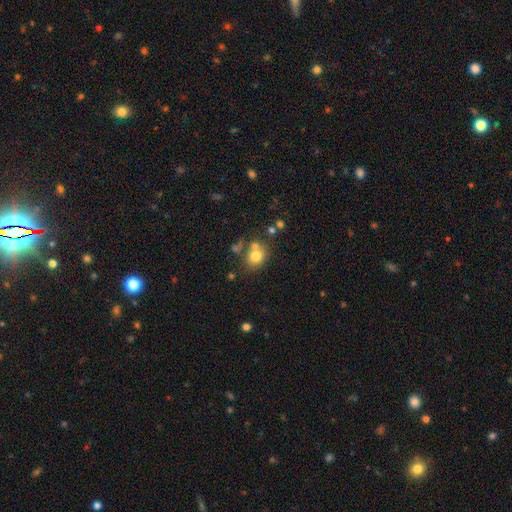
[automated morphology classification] Q: Smooth or featured?
A: smooth (75%); runner-up: star or artifact (13%)
Q: How rounded?
A: round (68%); runner-up: in between (31%)
Q: Merging?
A: none (57%); runner-up: merger (24%)